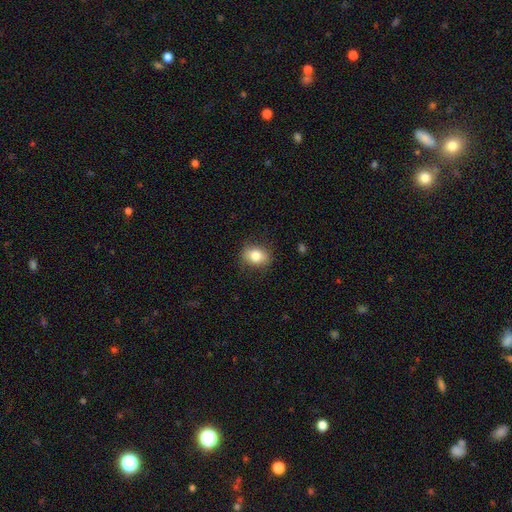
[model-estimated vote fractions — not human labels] Q: Smooth or featured?
A: smooth (80%); runner-up: featured or disk (11%)
Q: How rounded?
A: in between (62%); runner-up: round (36%)
Q: Merging?
A: none (81%); runner-up: minor disturbance (14%)